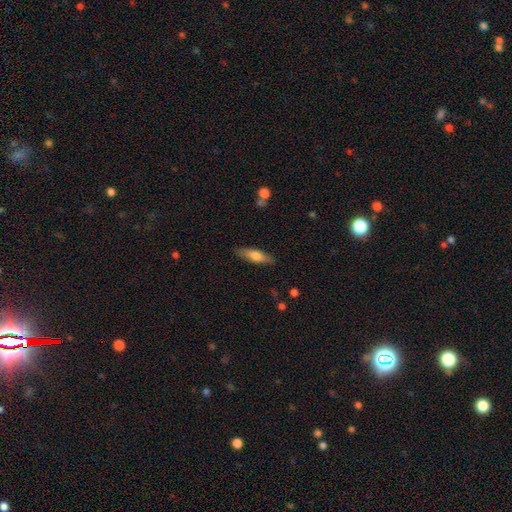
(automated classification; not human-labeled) smooth-or-featured: smooth: 63% | featured or disk: 31% | star or artifact: 6%
  how-rounded: cigar-shaped: 58% | in between: 39% | round: 2%
  merging: none: 86% | minor disturbance: 10% | major disturbance: 2% | merger: 1%